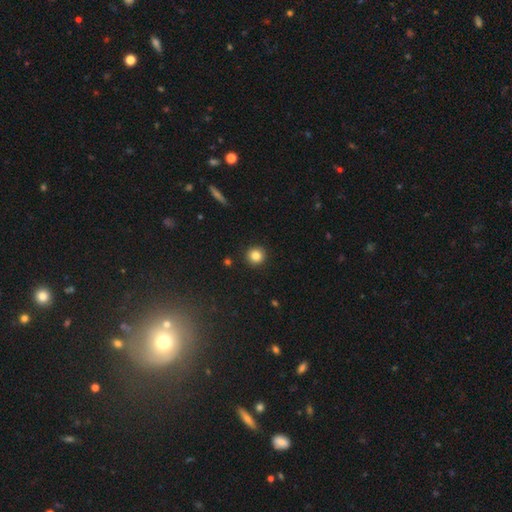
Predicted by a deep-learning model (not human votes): smooth_or_featured: smooth (p=0.83) [alt: star or artifact p=0.11]
how_rounded: round (p=0.94) [alt: in between p=0.05]
merging: none (p=0.92) [alt: minor disturbance p=0.05]